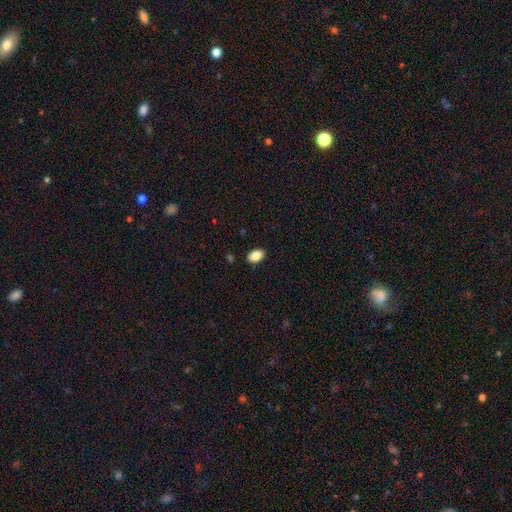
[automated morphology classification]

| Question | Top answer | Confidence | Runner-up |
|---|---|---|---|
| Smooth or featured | smooth | 88% | star or artifact (8%) |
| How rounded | in between | 91% | round (8%) |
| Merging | none | 88% | minor disturbance (9%) |